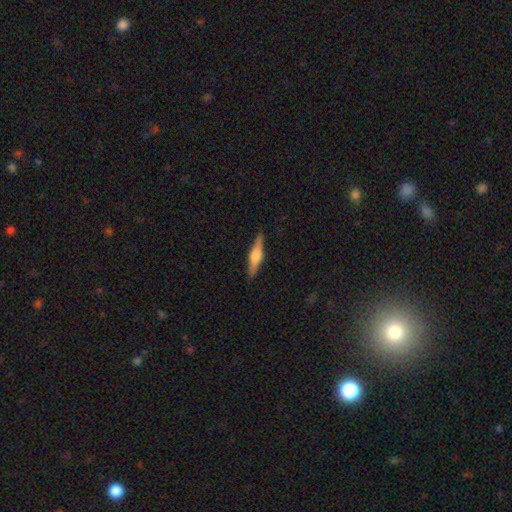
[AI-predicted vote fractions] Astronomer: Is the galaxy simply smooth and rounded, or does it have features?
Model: featured or disk — 62%.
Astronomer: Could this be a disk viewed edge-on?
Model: yes — 97%.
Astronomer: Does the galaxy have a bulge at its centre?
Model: rounded — 86%.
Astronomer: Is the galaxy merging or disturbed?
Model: none — 90%.